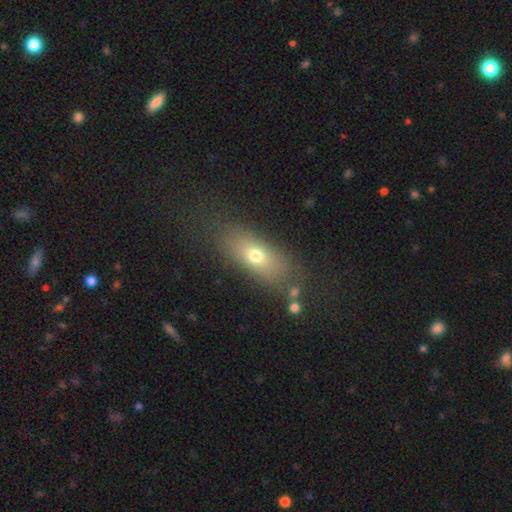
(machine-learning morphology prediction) Smooth or featured? smooth (68%)
How rounded? in between (70%)
Merging? none (75%)